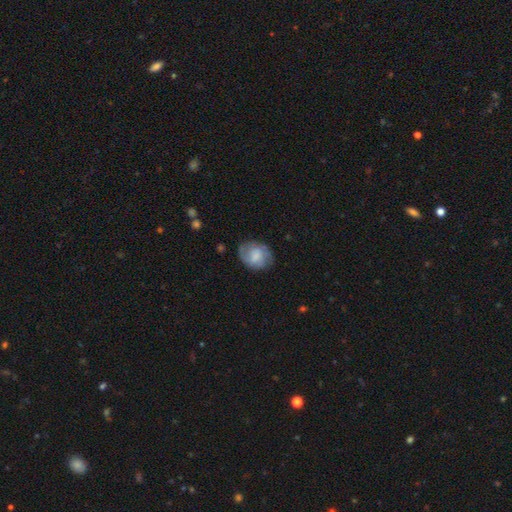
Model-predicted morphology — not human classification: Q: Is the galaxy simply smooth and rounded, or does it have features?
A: smooth — 58%.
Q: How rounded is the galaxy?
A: in between — 54%.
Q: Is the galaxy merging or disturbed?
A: none — 68%.